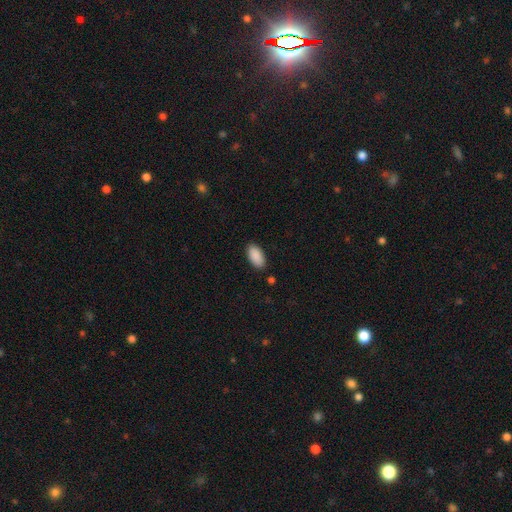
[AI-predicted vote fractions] smooth-or-featured: smooth: 91% | star or artifact: 6% | featured or disk: 3%
  how-rounded: in between: 94% | cigar-shaped: 3% | round: 2%
  merging: none: 88% | minor disturbance: 9% | major disturbance: 2% | merger: 1%